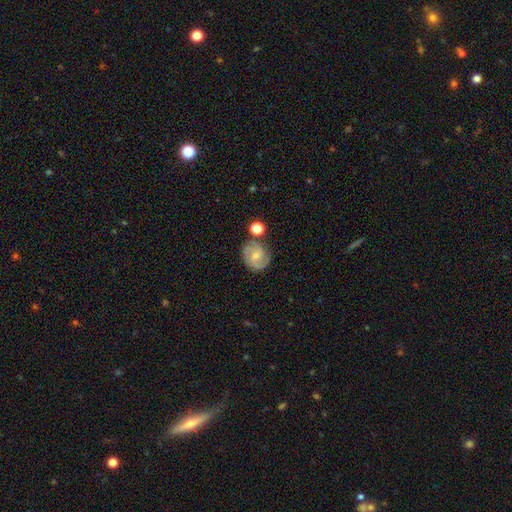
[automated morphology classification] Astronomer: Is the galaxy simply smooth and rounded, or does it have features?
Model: featured or disk — 71%.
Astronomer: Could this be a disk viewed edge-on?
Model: no — 98%.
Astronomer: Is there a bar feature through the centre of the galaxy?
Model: no — 56% (runner-up: weak, 37%).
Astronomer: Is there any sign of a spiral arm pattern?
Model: yes — 94%.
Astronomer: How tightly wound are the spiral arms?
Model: tight — 44%, tied with medium at 44%.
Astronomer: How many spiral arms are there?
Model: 2 — 65%.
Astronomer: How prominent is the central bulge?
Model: small — 62%.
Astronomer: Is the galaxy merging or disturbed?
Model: none — 70%.